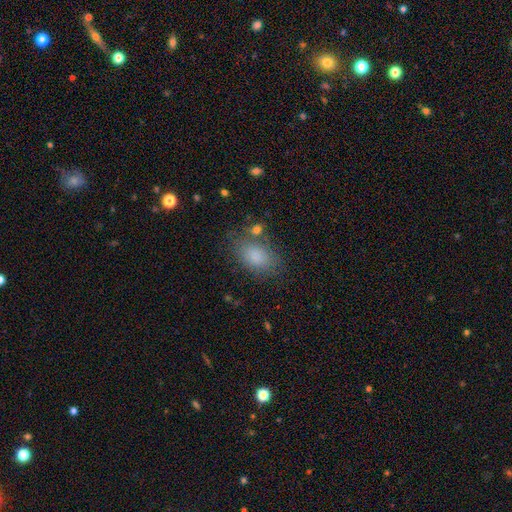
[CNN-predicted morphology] Smooth or featured: smooth — 83% (star or artifact — 9%)
How rounded: in between — 86% (round — 13%)
Merging: none — 71% (minor disturbance — 17%)